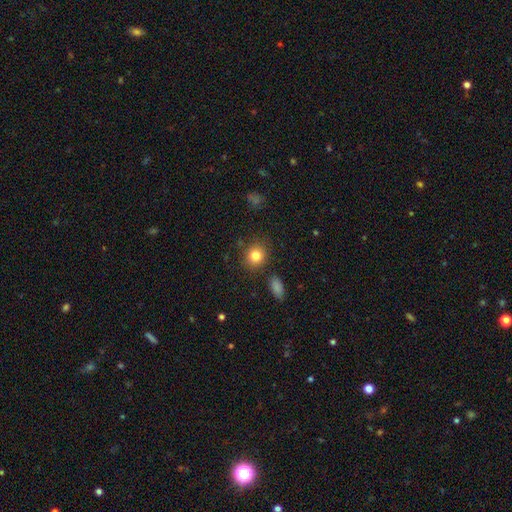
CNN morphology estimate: A smooth galaxy with no disk features (83%) that is round (81%).

Vote fractions:
- Smooth or featured? smooth: 83% / star or artifact: 10% / featured or disk: 7%
- How rounded? round: 81% / in between: 18% / cigar-shaped: 1%
- Merging? none: 85% / minor disturbance: 9% / merger: 3% / major disturbance: 3%